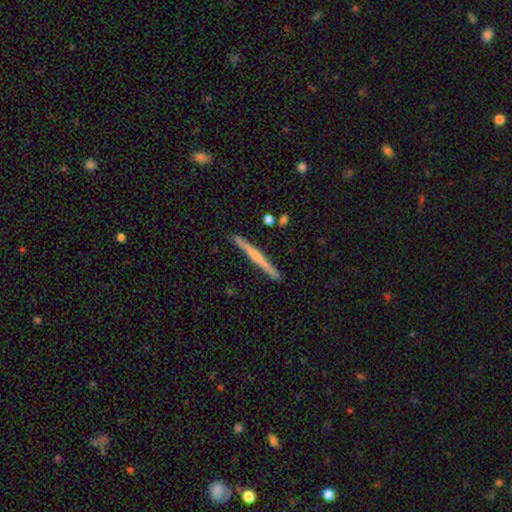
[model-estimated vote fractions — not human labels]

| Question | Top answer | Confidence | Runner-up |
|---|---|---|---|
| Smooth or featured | featured or disk | 63% | smooth (32%) |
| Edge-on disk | yes | 98% | no (2%) |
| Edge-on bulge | rounded | 65% | none (29%) |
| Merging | none | 91% | minor disturbance (6%) |